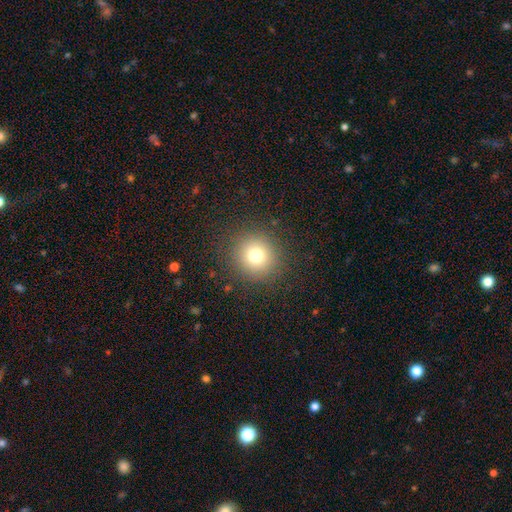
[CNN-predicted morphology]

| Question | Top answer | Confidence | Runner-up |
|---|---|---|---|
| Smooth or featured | smooth | 75% | star or artifact (15%) |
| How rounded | round | 94% | in between (5%) |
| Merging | none | 89% | minor disturbance (7%) |